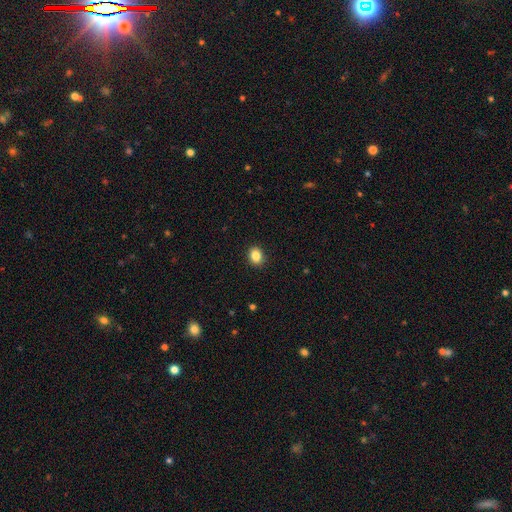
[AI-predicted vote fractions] Overall: smooth (85%). How rounded: round (53%; in between 46%). Merging: none (91%).